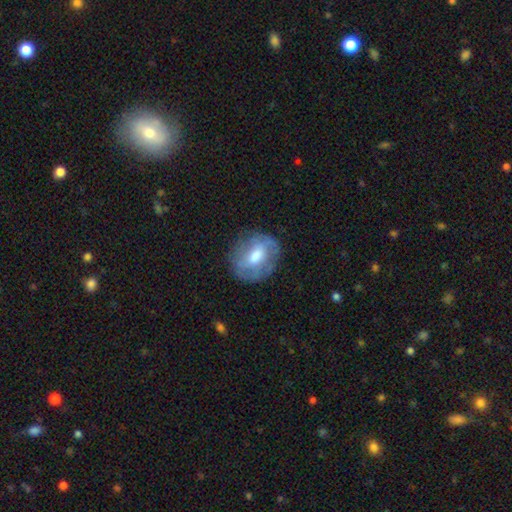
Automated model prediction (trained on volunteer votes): smooth 48%, featured or disk 45%, star or artifact 8%. Down the decision tree: merging — none (72%).